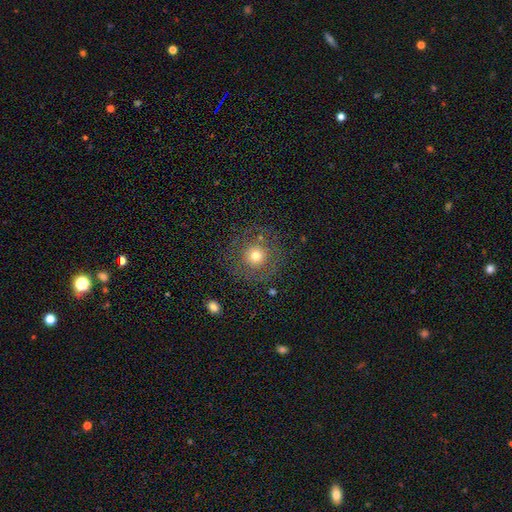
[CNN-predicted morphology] Smooth or featured? smooth (63%)
How rounded? round (95%)
Merging? none (81%)